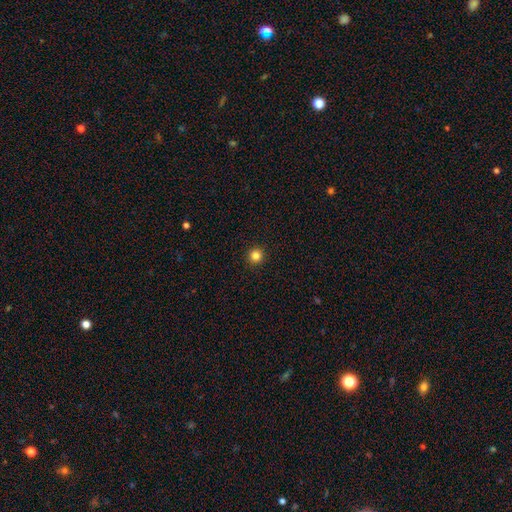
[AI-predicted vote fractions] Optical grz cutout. It shows a smooth galaxy with no disk features (83%) that is round (96%). Merging: none (94%).